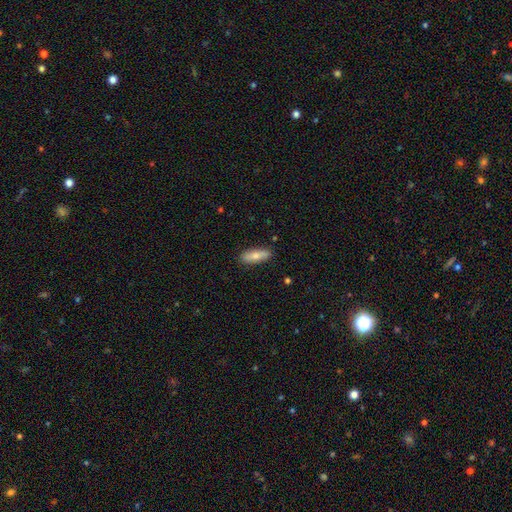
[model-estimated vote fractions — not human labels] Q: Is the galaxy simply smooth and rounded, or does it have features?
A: smooth — 71%.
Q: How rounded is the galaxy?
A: in between — 55%.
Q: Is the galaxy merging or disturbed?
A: none — 85%.